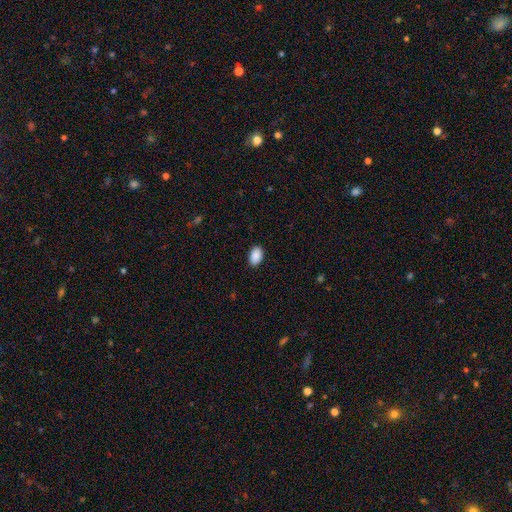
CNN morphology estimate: smooth-or-featured: smooth: 91% | star or artifact: 7% | featured or disk: 3%
  how-rounded: in between: 91% | round: 8% | cigar-shaped: 1%
  merging: none: 89% | minor disturbance: 8% | major disturbance: 2% | merger: 1%